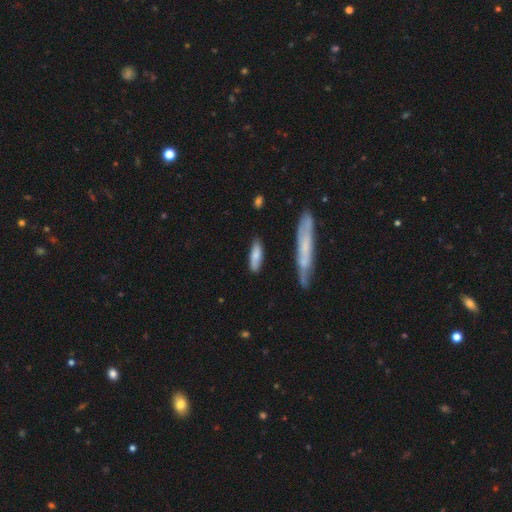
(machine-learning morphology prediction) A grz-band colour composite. It shows a smooth galaxy with no disk features (76%) that is cigar-shaped (51%). Merging: none (78%).